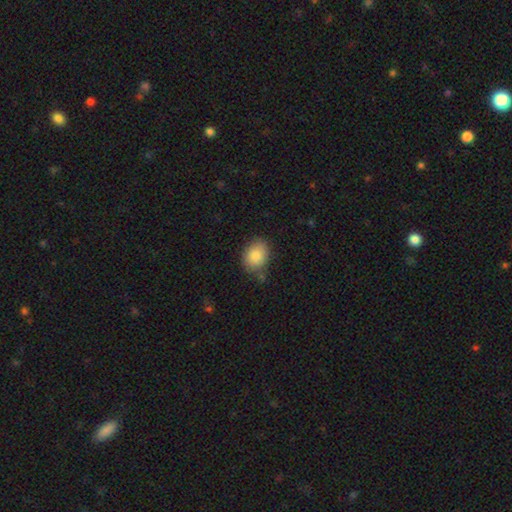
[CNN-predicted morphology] smooth 84%, star or artifact 8%, featured or disk 8%. Down the decision tree: how rounded — in between (56%); merging — none (70%).